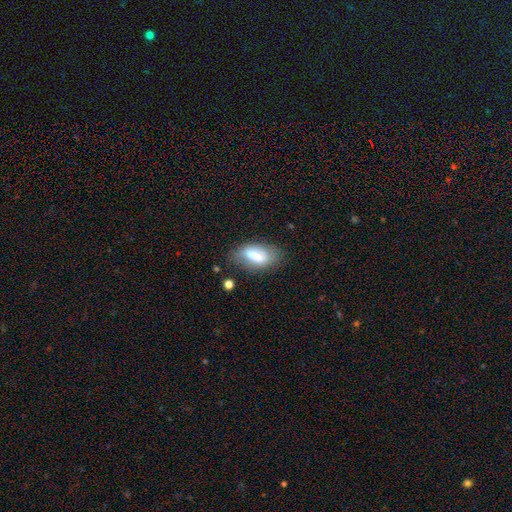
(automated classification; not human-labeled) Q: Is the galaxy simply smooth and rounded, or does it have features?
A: smooth — 65%.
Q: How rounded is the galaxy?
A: in between — 81%.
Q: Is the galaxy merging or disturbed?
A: none — 61%.